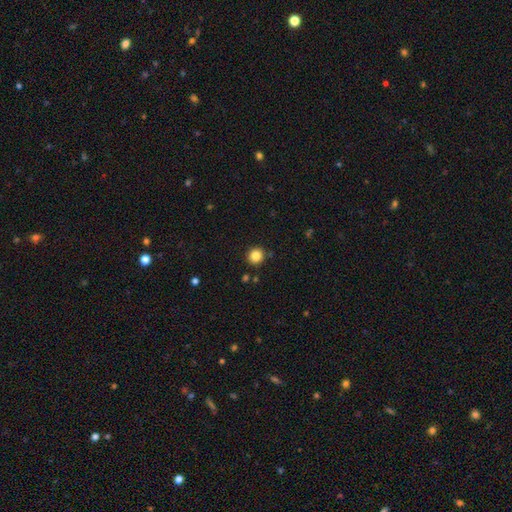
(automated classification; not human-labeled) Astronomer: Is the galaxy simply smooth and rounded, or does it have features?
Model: smooth — 84%.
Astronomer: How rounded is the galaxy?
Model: round — 92%.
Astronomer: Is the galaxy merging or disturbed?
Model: none — 89%.